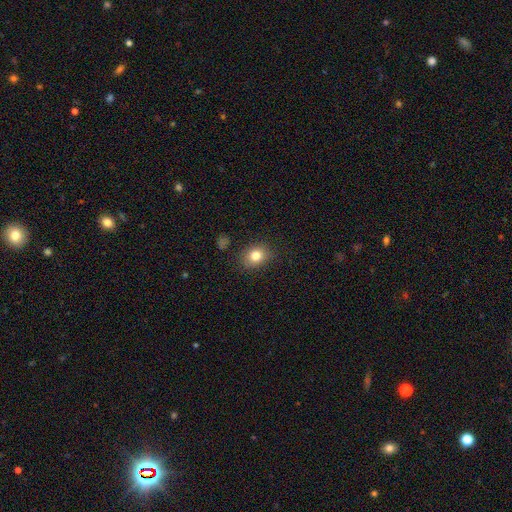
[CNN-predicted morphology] Smooth or featured? Predicted: smooth (p=0.81). How rounded? Predicted: round (p=0.50). Merging? Predicted: none (p=0.84).